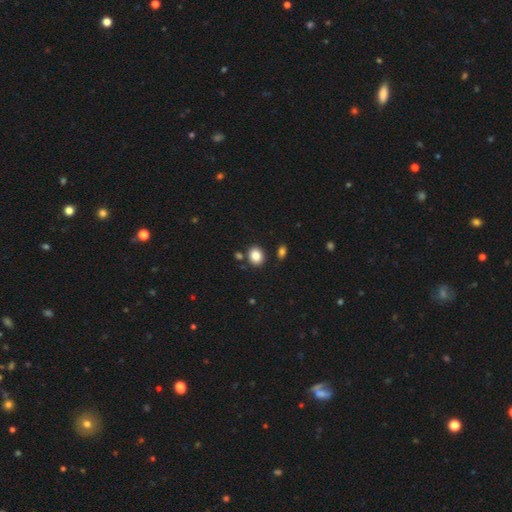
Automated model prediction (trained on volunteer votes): A smooth galaxy with no disk features (86%) that is round (55%). Merging: none (82%).